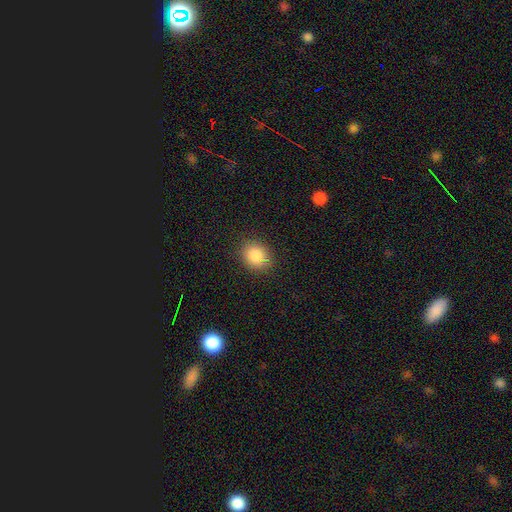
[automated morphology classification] A smooth galaxy with no disk features (85%) that is round (59%). Merging: none (83%).